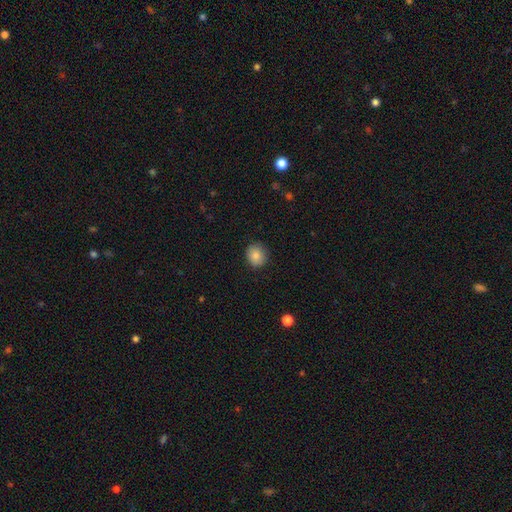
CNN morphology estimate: type=smooth (86%); roundness=round (78%); merging=none (88%).